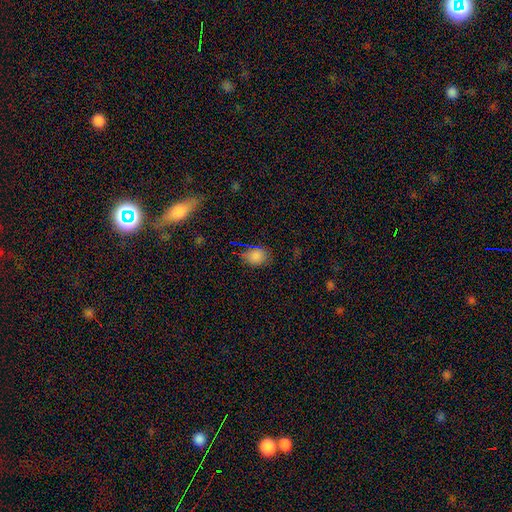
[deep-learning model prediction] Morphology: type=smooth (78%); roundness=in between (60%); merging=none (81%).